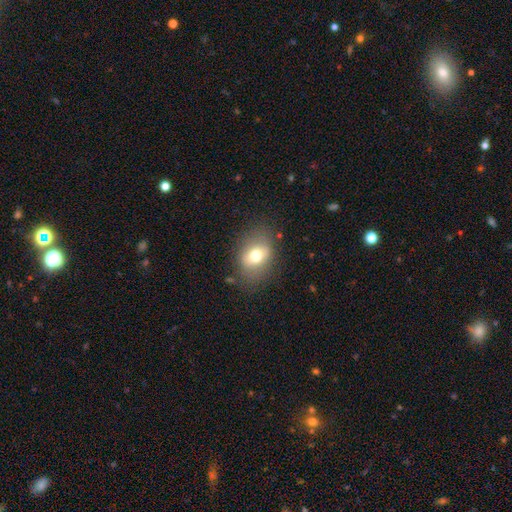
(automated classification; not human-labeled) This is likely a smooth galaxy (67%). How rounded: likely in between (69%). Merging: likely none (76%).